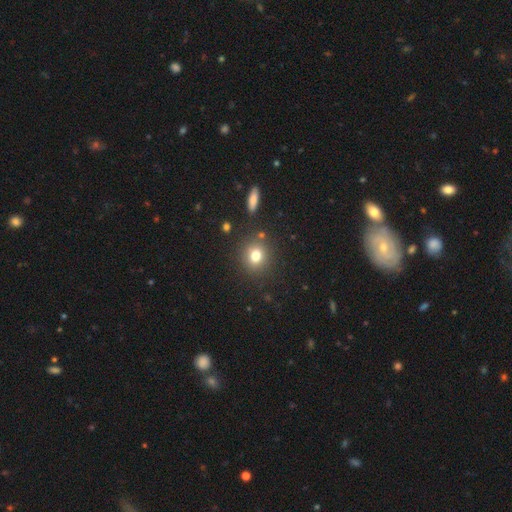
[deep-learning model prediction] This is likely a smooth galaxy (77%). How rounded: clearly round (82%). Merging: clearly none (83%).